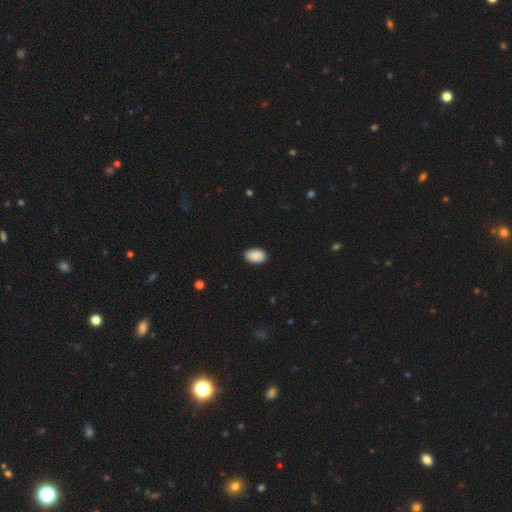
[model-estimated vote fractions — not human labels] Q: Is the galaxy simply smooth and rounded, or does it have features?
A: smooth — 91%.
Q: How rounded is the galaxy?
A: in between — 92%.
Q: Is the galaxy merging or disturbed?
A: none — 90%.